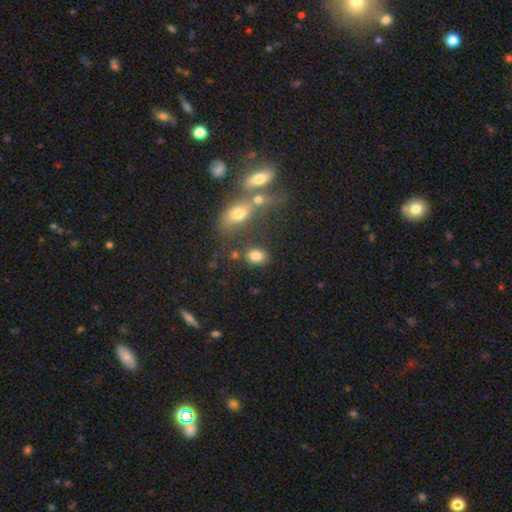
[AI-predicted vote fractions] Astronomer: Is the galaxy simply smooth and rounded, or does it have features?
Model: smooth — 81%.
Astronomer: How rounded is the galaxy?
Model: in between — 72%.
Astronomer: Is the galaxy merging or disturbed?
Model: none — 67%.